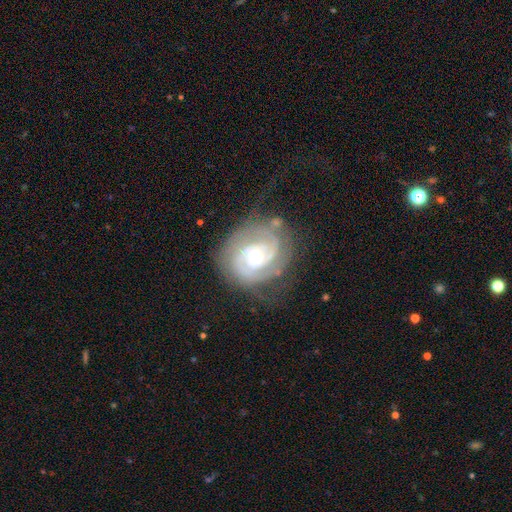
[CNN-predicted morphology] Smooth or featured?
  - featured or disk: 89% *
  - smooth: 6%
  - star or artifact: 5%
Edge-on disk?
  - no: 97% *
  - yes: 3%
Bar?
  - no: 65% *
  - weak: 27%
  - strong: 8%
Spiral arms?
  - yes: 97% *
  - no: 3%
Spiral winding?
  - tight: 74% *
  - medium: 22%
  - loose: 4%
Spiral arm count?
  - 2: 54% *
  - 3: 21%
  - can't tell: 14%
  - 4: 5%
  - 1: 4%
  - more than 4: 3%
Bulge size?
  - moderate: 54% *
  - small: 42%
  - large: 3%
  - none: 1%
  - dominant: 1%
Merging?
  - none: 71% *
  - minor disturbance: 18%
  - major disturbance: 8%
  - merger: 2%